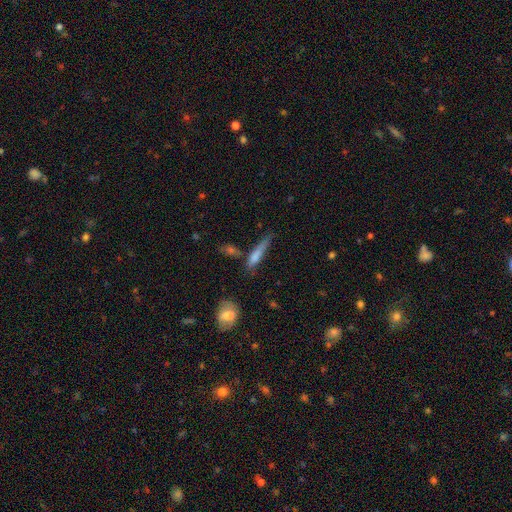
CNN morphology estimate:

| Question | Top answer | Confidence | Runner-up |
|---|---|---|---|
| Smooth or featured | smooth | 68% | featured or disk (23%) |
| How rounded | cigar-shaped | 77% | in between (20%) |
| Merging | none | 40% | minor disturbance (29%) |